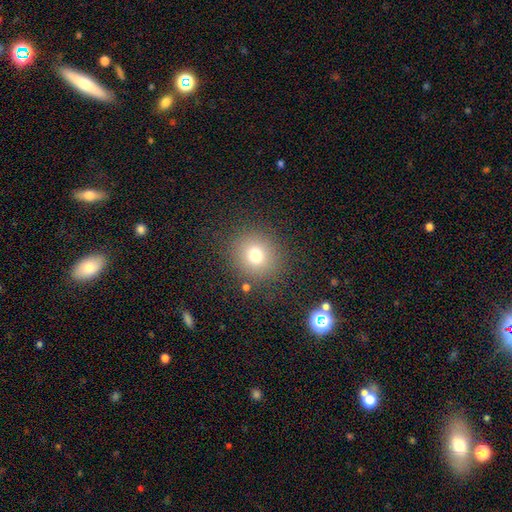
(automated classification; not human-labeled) Morphology: type=smooth (70%); roundness=round (88%); merging=none (89%).